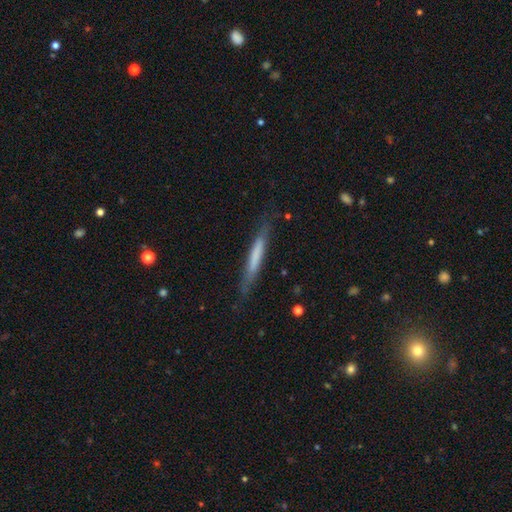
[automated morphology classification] A smooth galaxy with no disk features (58%) that is cigar-shaped (95%). Merging: none (80%).